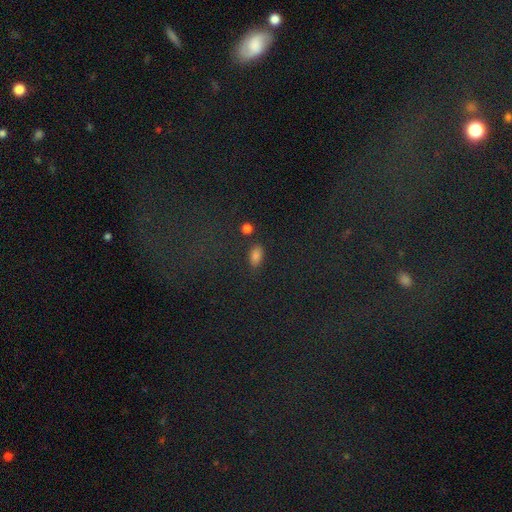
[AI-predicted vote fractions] Overall: smooth (78%). How rounded: in between (90%). Merging: none (81%).